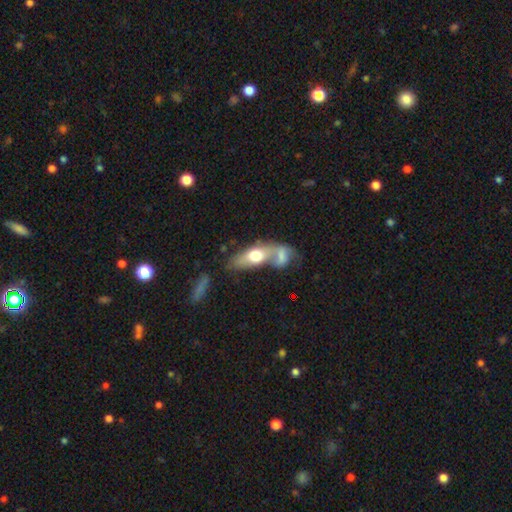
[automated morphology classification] Overall: smooth (54%; featured or disk 39%). How rounded: in between (68%). Merging: merger (52%; none 29%).